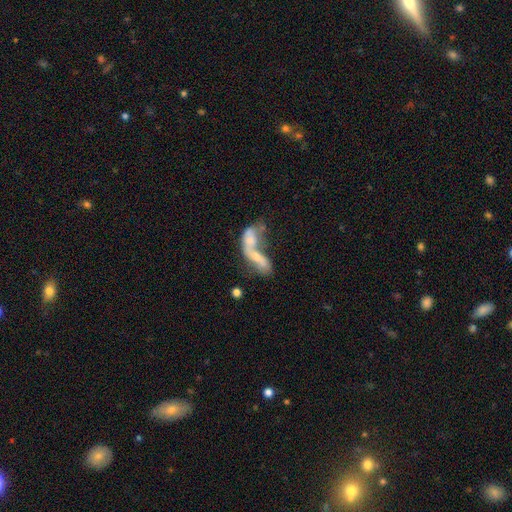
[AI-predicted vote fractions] Smooth or featured: featured or disk — 52% (smooth — 36%)
Edge-on disk: no — 90% (yes — 10%)
Merging: merger — 67% (major disturbance — 15%)